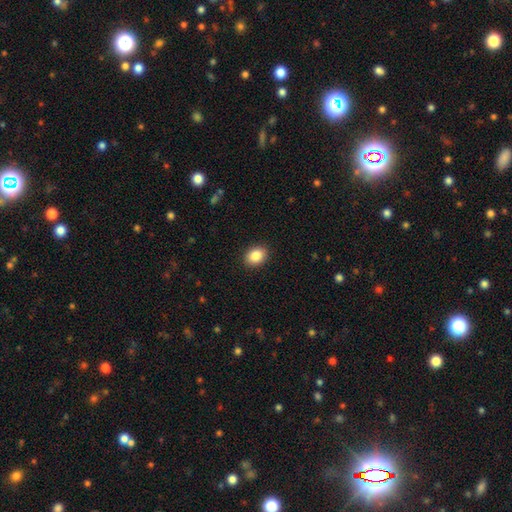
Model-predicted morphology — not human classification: Smooth or featured? Predicted: smooth (p=0.87). How rounded? Predicted: in between (p=0.60). Merging? Predicted: none (p=0.90).